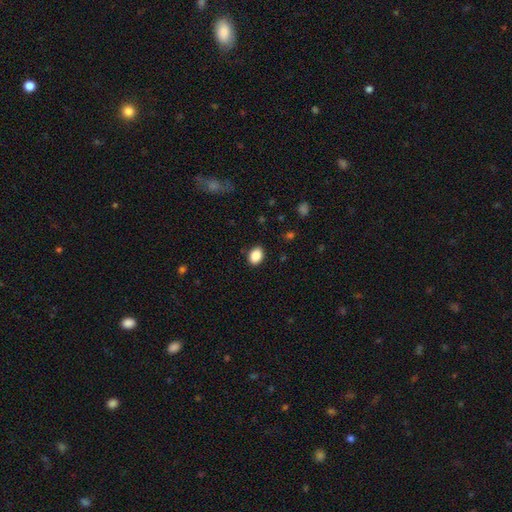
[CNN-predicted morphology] The model was most divided on "how rounded": in between: 68%, round: 31%, cigar-shaped: 1%. More confident: merging — none (89%); smooth or featured — smooth (88%).